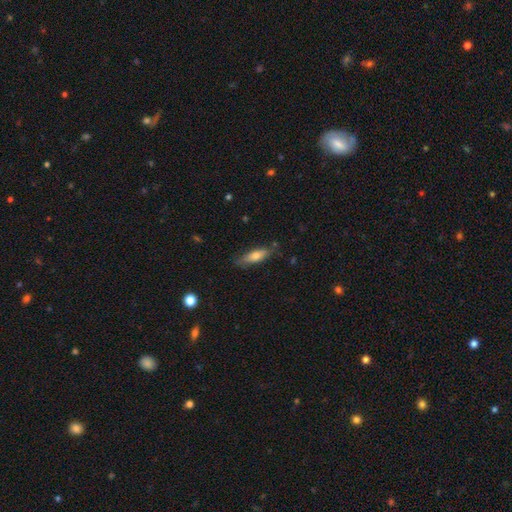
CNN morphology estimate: Overall: smooth (67%). How rounded: cigar-shaped (55%; in between 43%). Merging: none (78%).